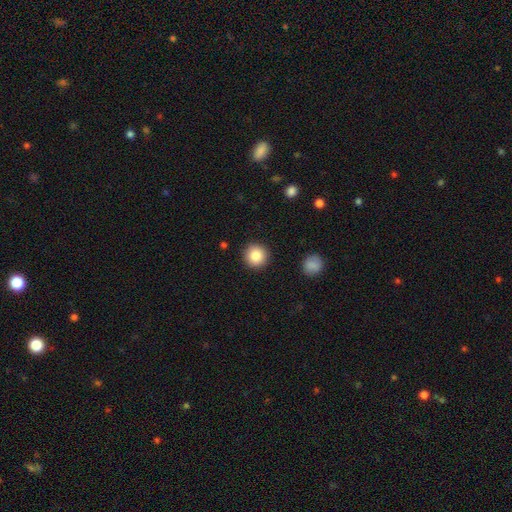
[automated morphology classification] Smooth or featured? smooth (85%)
How rounded? round (95%)
Merging? none (91%)